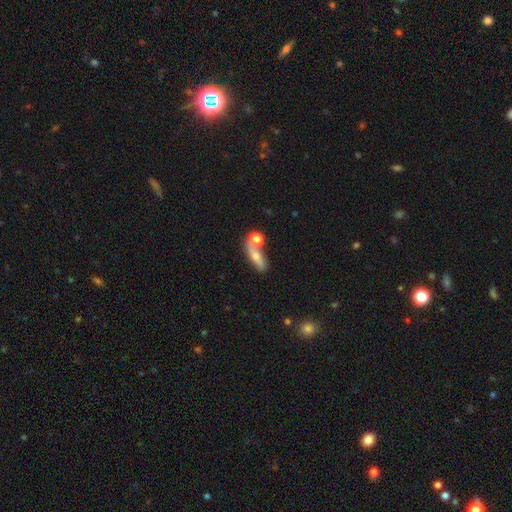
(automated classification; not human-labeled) Q: Smooth or featured?
A: smooth (57%); runner-up: featured or disk (33%)
Q: How rounded?
A: in between (52%); runner-up: cigar-shaped (36%)
Q: Merging?
A: none (46%); runner-up: merger (30%)